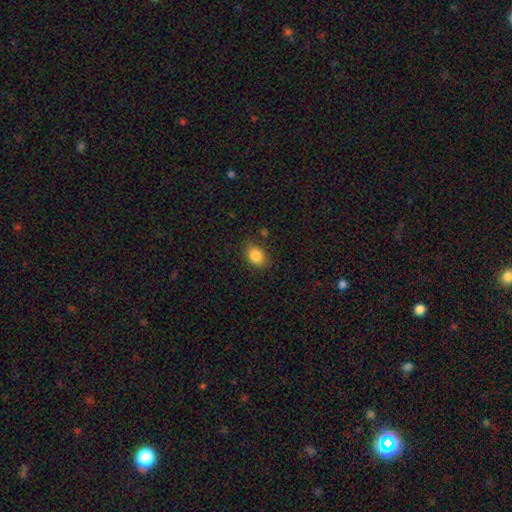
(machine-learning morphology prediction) The model was most divided on "how rounded": in between: 63%, round: 35%, cigar-shaped: 1%. More confident: smooth or featured — smooth (85%); merging — none (79%).